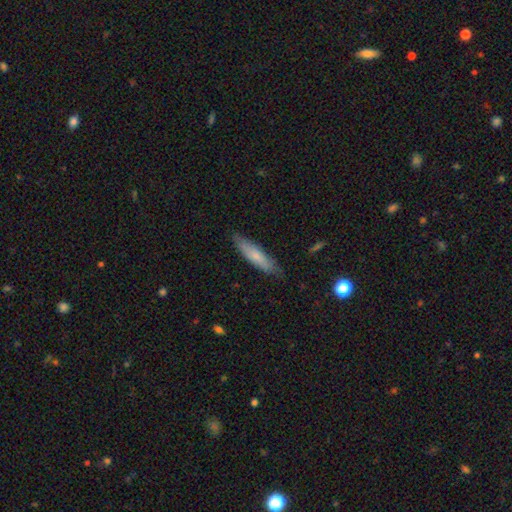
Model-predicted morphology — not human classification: A smooth galaxy with no disk features (69%) that is cigar-shaped (77%).

Vote fractions:
- Smooth or featured? smooth: 69% / featured or disk: 25% / star or artifact: 6%
- How rounded? cigar-shaped: 77% / in between: 21% / round: 2%
- Merging? none: 81% / minor disturbance: 15% / major disturbance: 2% / merger: 1%